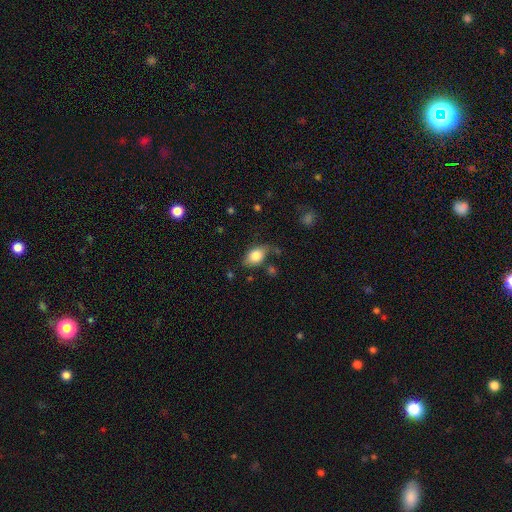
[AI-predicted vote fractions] This is likely a smooth galaxy (78%). How rounded: clearly in between (83%). Merging: possibly none (59%).